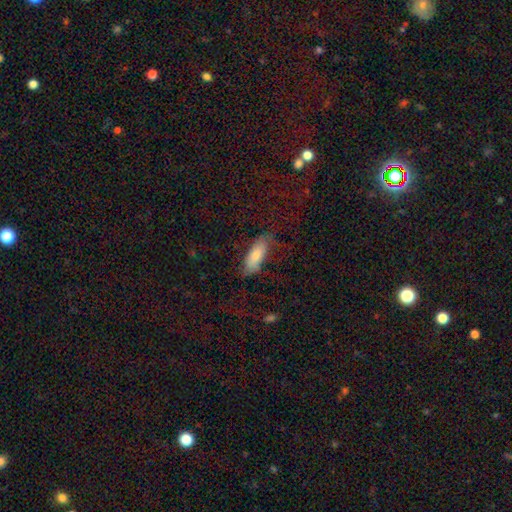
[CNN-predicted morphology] A smooth galaxy with no disk features (75%) that is in between round and cigar-shaped (72%). Merging: none (64%).